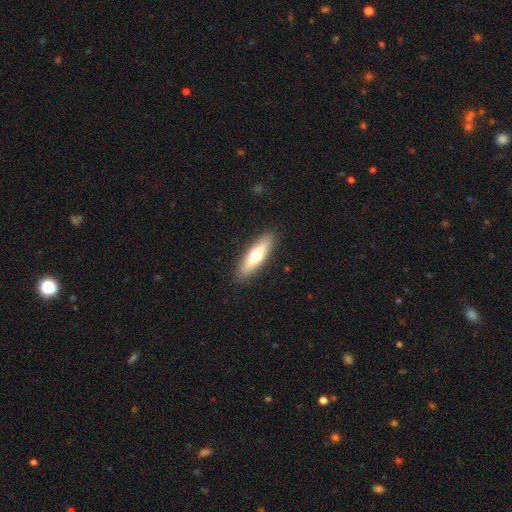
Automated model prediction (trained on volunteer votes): Overall: smooth (56%; featured or disk 38%). How rounded: cigar-shaped (71%). Merging: none (90%).